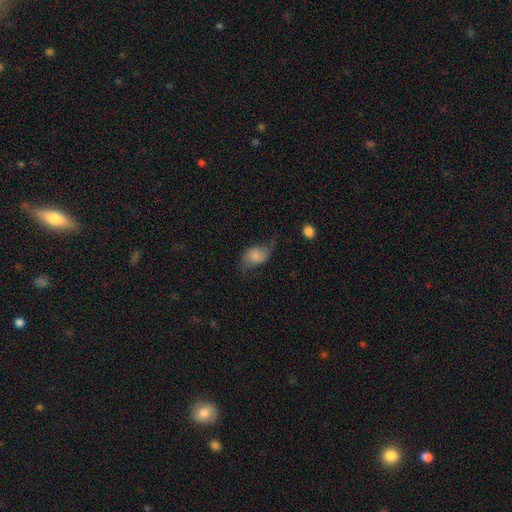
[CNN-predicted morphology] Smooth or featured?
  - smooth: 54% *
  - featured or disk: 37%
  - star or artifact: 9%
How rounded?
  - in between: 78% *
  - round: 20%
  - cigar-shaped: 2%
Merging?
  - none: 44% *
  - minor disturbance: 28%
  - major disturbance: 25%
  - merger: 3%